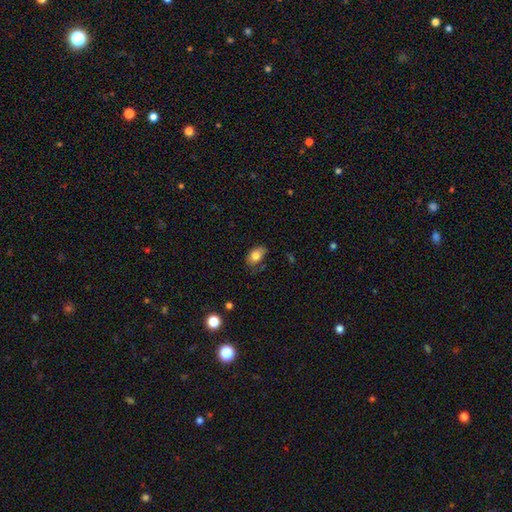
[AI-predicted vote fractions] Q: Smooth or featured?
A: smooth (78%); runner-up: featured or disk (14%)
Q: How rounded?
A: in between (89%); runner-up: round (9%)
Q: Merging?
A: none (61%); runner-up: minor disturbance (29%)